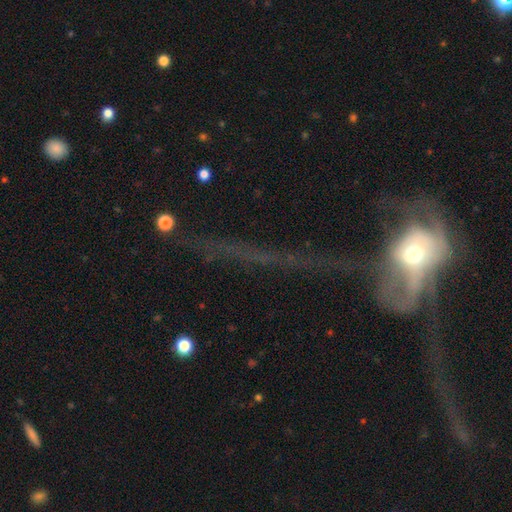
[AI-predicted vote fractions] The model was most divided on "merging": major disturbance: 41%, none: 28%, merger: 19%, minor disturbance: 12%. More confident: edge-on disk — no (65%); smooth or featured — featured or disk (56%).